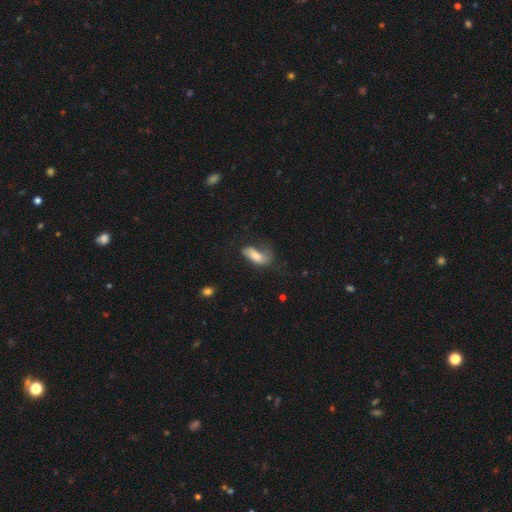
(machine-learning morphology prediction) smooth 64%, featured or disk 28%, star or artifact 8%. Down the decision tree: how rounded — in between (84%); merging — none (35%).